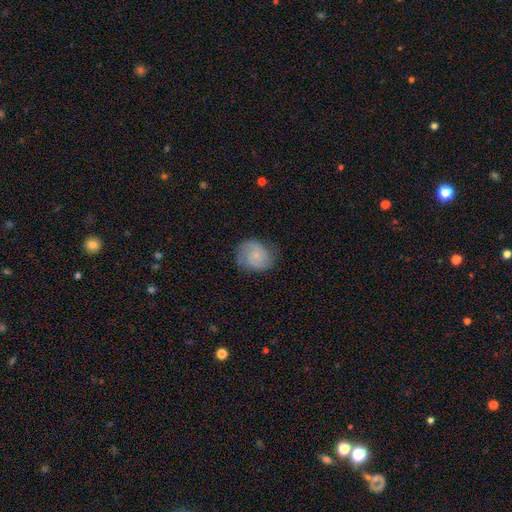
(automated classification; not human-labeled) Smooth or featured? featured or disk (46%, tied with smooth)
Merging? none (66%)